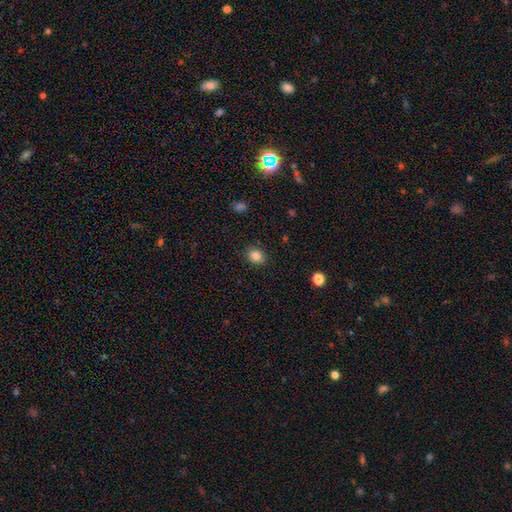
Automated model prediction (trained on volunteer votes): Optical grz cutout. It shows a smooth galaxy with no disk features (84%) that is round (51%). Merging: none (88%).